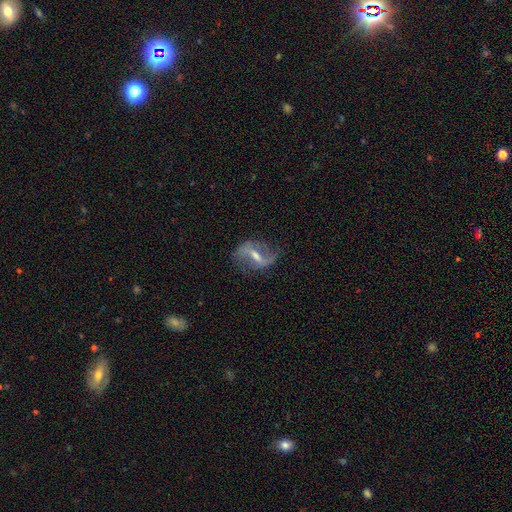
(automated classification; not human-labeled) Overall: featured or disk (80%). Edge-on disk: no (95%). Bar: weak (44%; strong 43%). Spiral arms: yes (89%). Spiral arm count: 2 (85%). Spiral winding: loose (64%; medium 28%). Bulge size: moderate (50%; small 38%). Merging: none (67%).